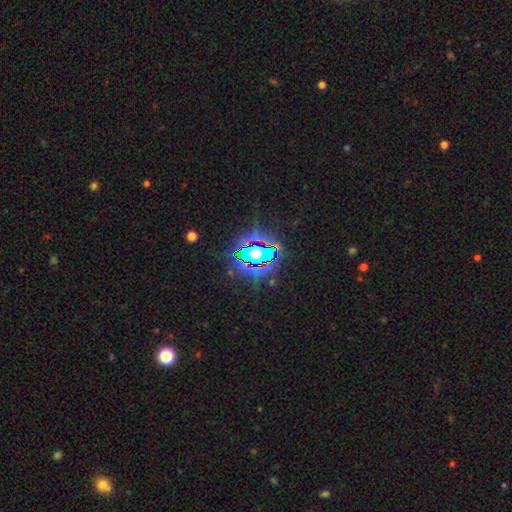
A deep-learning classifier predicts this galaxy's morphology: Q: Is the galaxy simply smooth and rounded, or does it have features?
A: star or artifact — 83%.